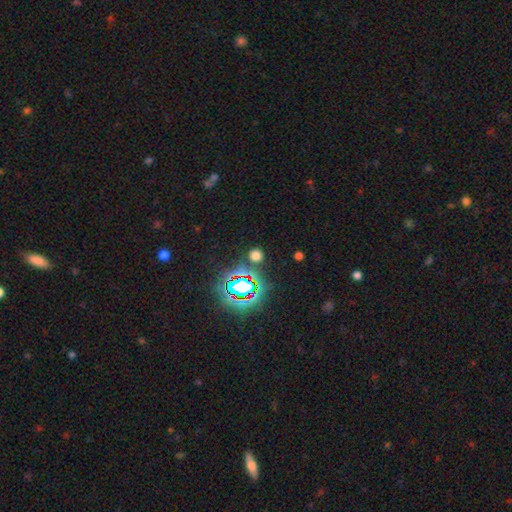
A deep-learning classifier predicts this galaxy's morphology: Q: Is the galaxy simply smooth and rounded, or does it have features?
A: smooth — 57%.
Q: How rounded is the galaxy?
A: round — 89%.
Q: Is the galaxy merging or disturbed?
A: none — 84%.